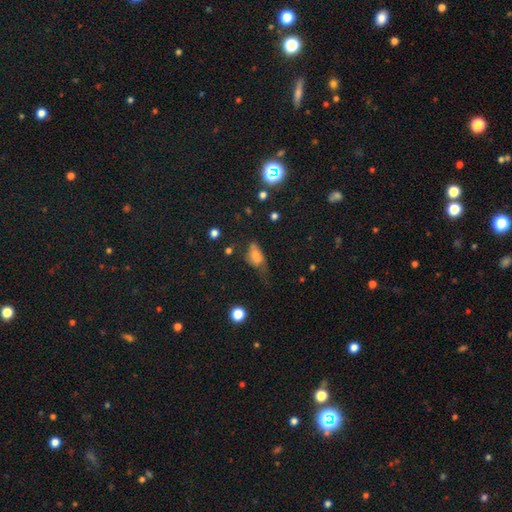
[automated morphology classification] smooth_or_featured: smooth (p=0.68) [alt: featured or disk p=0.18]
how_rounded: in between (p=0.84) [alt: round p=0.09]
merging: major disturbance (p=0.37) [alt: minor disturbance p=0.31]